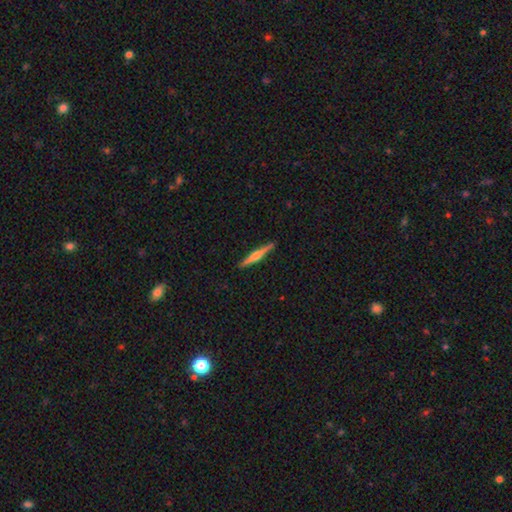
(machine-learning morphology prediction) The model was most divided on "smooth or featured": featured or disk: 67%, smooth: 28%, star or artifact: 5%. More confident: edge-on disk — yes (98%); merging — none (91%); edge-on bulge — rounded (84%).